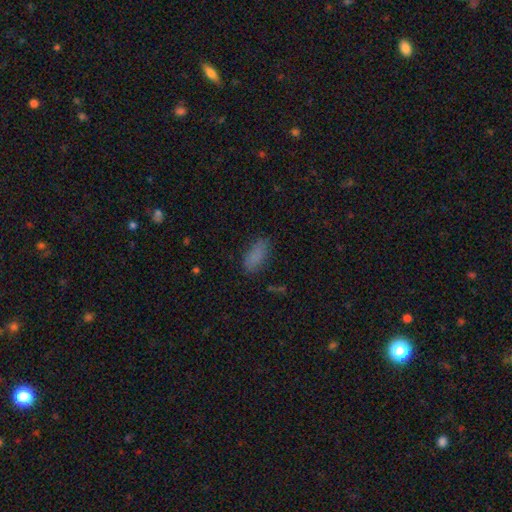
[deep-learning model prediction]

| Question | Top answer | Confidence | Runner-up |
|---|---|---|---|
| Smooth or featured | smooth | 84% | star or artifact (10%) |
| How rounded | in between | 85% | cigar-shaped (12%) |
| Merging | none | 76% | minor disturbance (18%) |